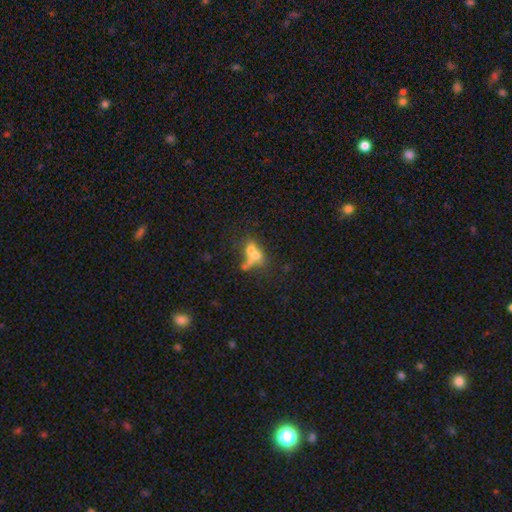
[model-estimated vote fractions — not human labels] smooth-or-featured: smooth: 47% | featured or disk: 36% | star or artifact: 17%
  merging: merger: 56% | none: 23% | major disturbance: 13% | minor disturbance: 8%